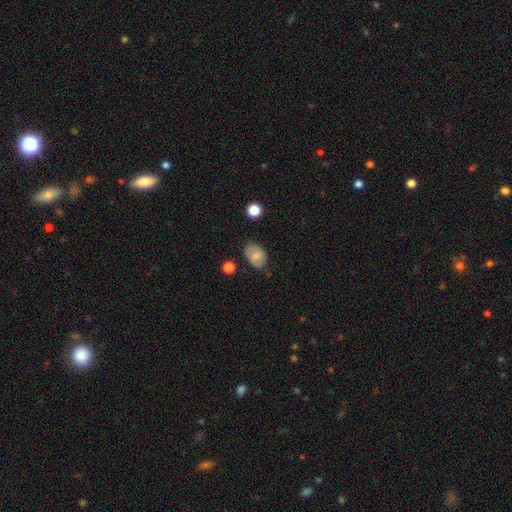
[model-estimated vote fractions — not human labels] The model was most divided on "smooth or featured": smooth: 66%, featured or disk: 26%, star or artifact: 8%. More confident: how rounded — in between (77%); merging — none (74%).